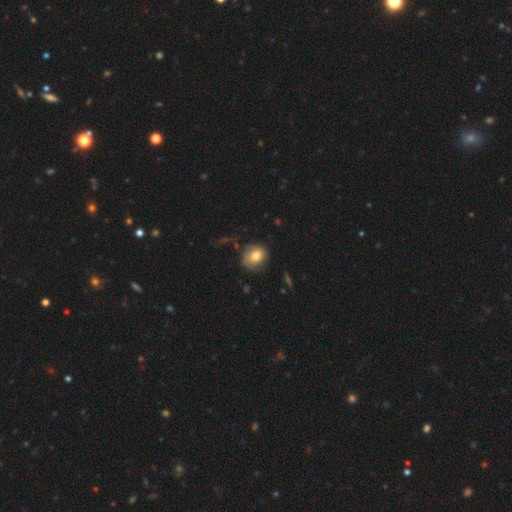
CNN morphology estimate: Smooth or featured? smooth (78%)
How rounded? round (72%)
Merging? none (68%)